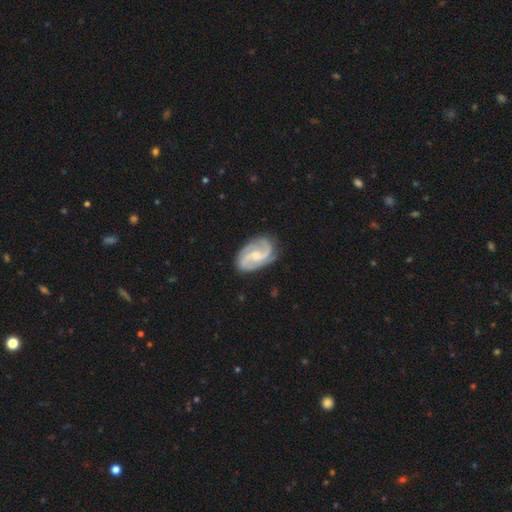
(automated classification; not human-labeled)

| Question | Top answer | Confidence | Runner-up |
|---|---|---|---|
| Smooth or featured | featured or disk | 88% | smooth (8%) |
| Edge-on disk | no | 98% | yes (2%) |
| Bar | weak | 45% | no (43%) |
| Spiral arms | yes | 98% | no (2%) |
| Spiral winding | medium | 52% | loose (25%) |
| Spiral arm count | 2 | 67% | 3 (20%) |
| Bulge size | small | 50% | moderate (43%) |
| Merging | none | 78% | minor disturbance (16%) |